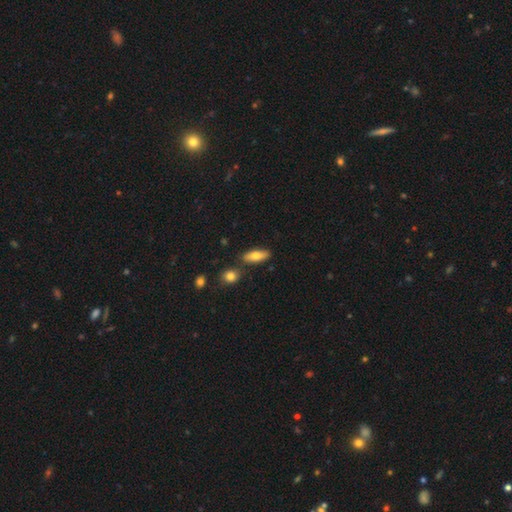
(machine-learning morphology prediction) A smooth galaxy with no disk features (73%) that is in between round and cigar-shaped (69%).

Vote fractions:
- Smooth or featured? smooth: 73% / featured or disk: 20% / star or artifact: 6%
- How rounded? in between: 69% / cigar-shaped: 28% / round: 3%
- Merging? none: 80% / minor disturbance: 11% / merger: 7% / major disturbance: 2%